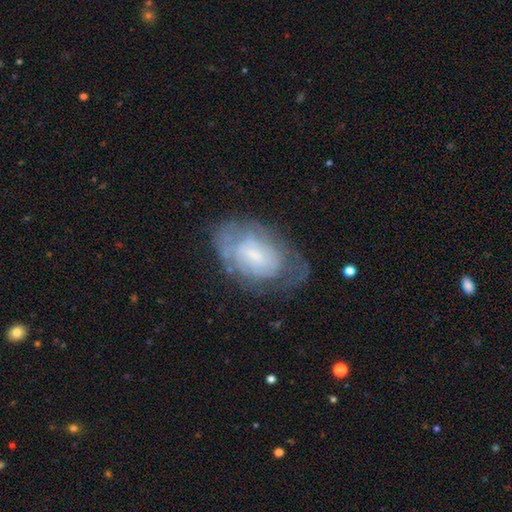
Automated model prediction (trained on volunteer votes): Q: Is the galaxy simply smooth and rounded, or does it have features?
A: featured or disk — 59%.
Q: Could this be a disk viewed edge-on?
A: no — 94%.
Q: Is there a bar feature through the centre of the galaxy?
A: no — 67%.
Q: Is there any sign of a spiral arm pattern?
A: yes — 62%.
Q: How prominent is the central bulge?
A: small — 53%.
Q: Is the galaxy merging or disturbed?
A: none — 60%.